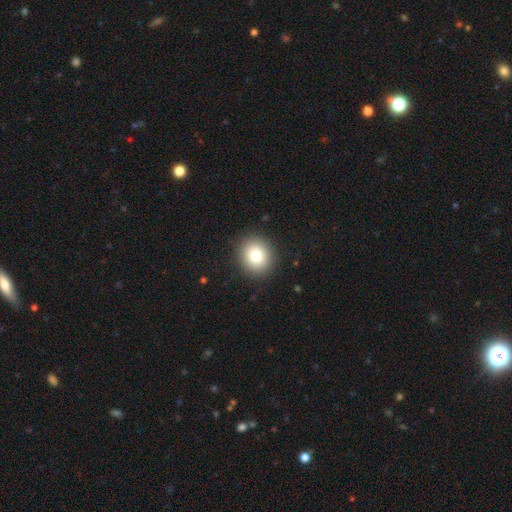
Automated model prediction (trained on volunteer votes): A smooth galaxy with no disk features (82%) that is round (84%).

Vote fractions:
- Smooth or featured? smooth: 82% / star or artifact: 10% / featured or disk: 8%
- How rounded? round: 84% / in between: 15% / cigar-shaped: 1%
- Merging? none: 90% / minor disturbance: 7% / major disturbance: 2% / merger: 1%